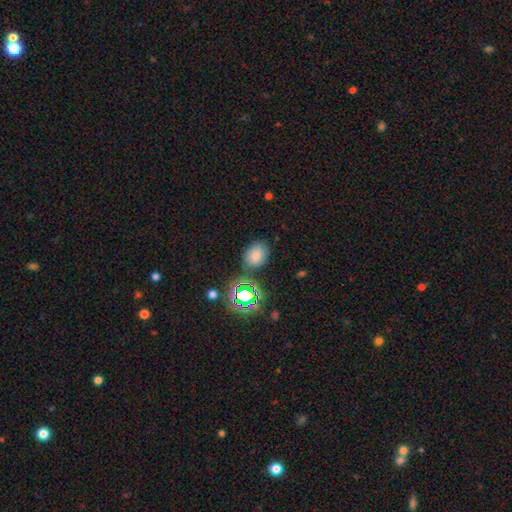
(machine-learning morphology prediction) This appears to be a smooth galaxy with no disk features (73%) that is in between round and cigar-shaped (60%). Merging: none (78%).